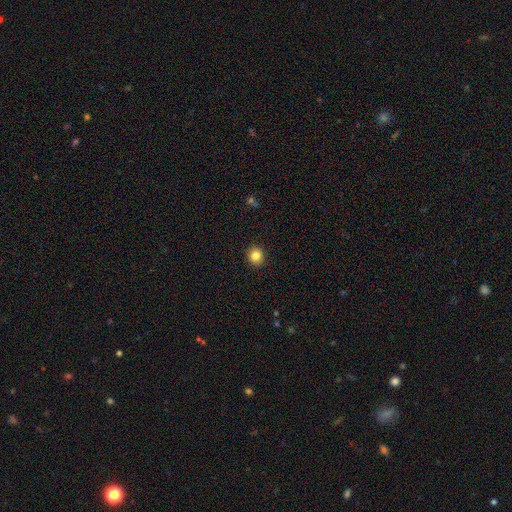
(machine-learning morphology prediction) Smooth or featured? smooth (83%)
How rounded? round (86%)
Merging? none (92%)